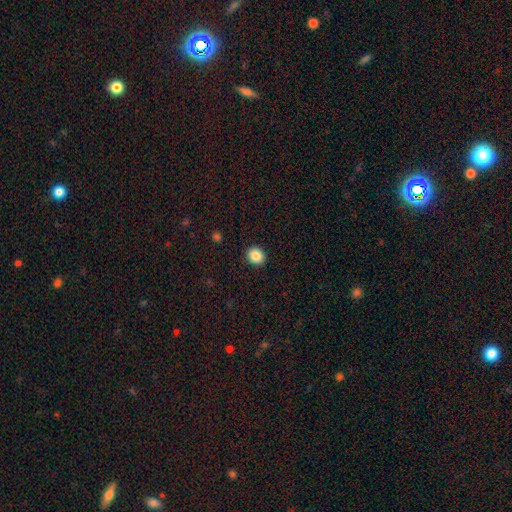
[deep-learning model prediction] smooth_or_featured: smooth (p=0.86) [alt: star or artifact p=0.09]
how_rounded: round (p=0.70) [alt: in between p=0.29]
merging: none (p=0.91) [alt: minor disturbance p=0.06]